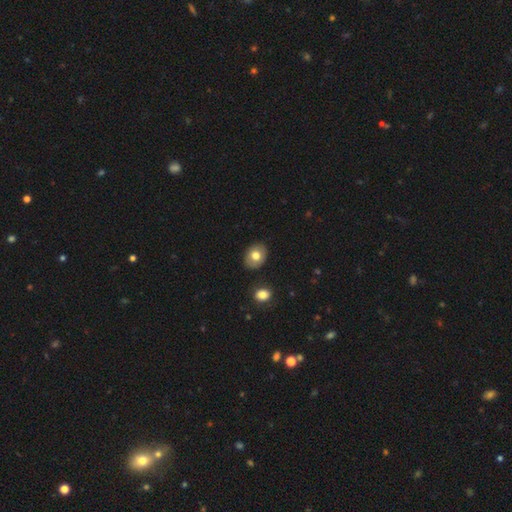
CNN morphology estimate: Overall: smooth (75%). How rounded: in between (66%; round 33%). Merging: none (87%).